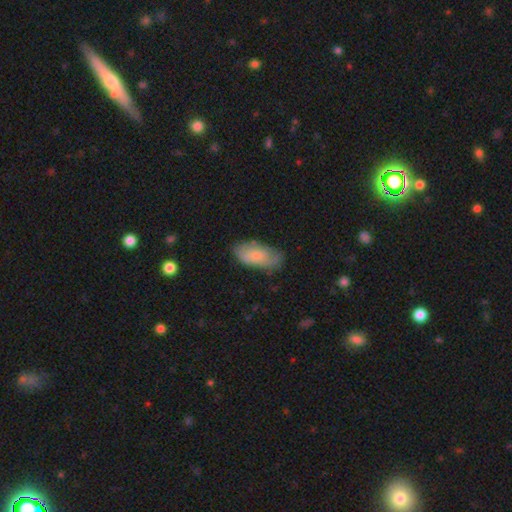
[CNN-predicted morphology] smooth-or-featured: smooth: 67% | featured or disk: 27% | star or artifact: 7%
  how-rounded: in between: 91% | cigar-shaped: 6% | round: 3%
  merging: none: 67% | minor disturbance: 25% | major disturbance: 6% | merger: 2%